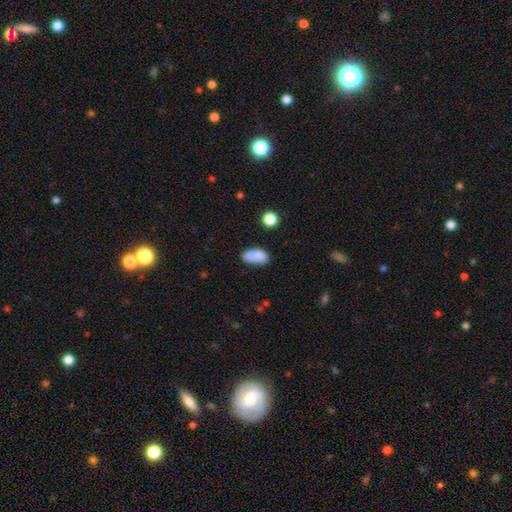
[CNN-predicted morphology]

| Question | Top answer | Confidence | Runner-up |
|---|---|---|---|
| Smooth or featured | smooth | 83% | featured or disk (9%) |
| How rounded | in between | 88% | cigar-shaped (8%) |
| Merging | none | 59% | minor disturbance (23%) |